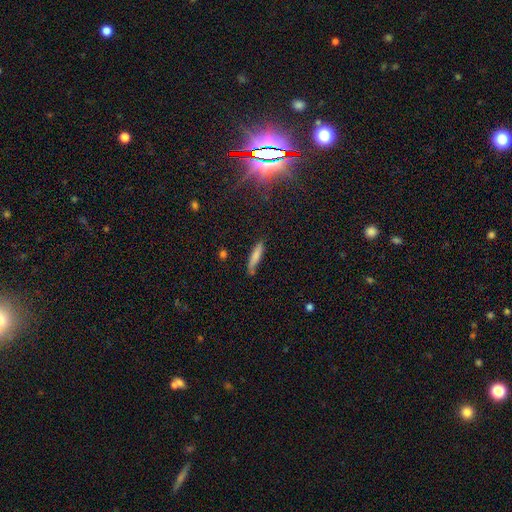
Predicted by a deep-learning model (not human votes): smooth_or_featured: smooth (p=0.76) [alt: featured or disk p=0.16]
how_rounded: cigar-shaped (p=0.84) [alt: in between p=0.15]
merging: none (p=0.71) [alt: minor disturbance p=0.20]